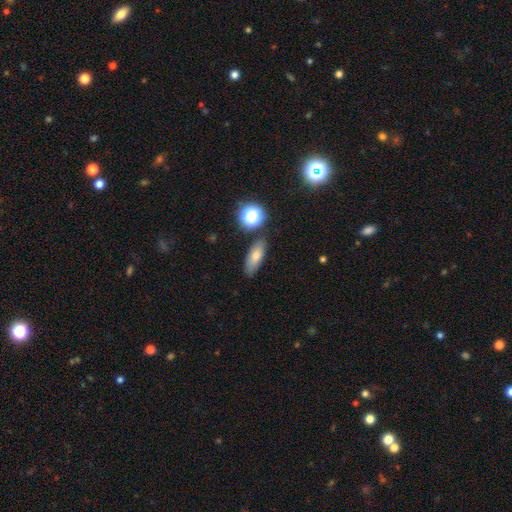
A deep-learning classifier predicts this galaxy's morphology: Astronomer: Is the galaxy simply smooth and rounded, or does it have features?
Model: smooth — 73%.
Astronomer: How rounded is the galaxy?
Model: in between — 66%.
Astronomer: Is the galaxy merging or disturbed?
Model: none — 81%.